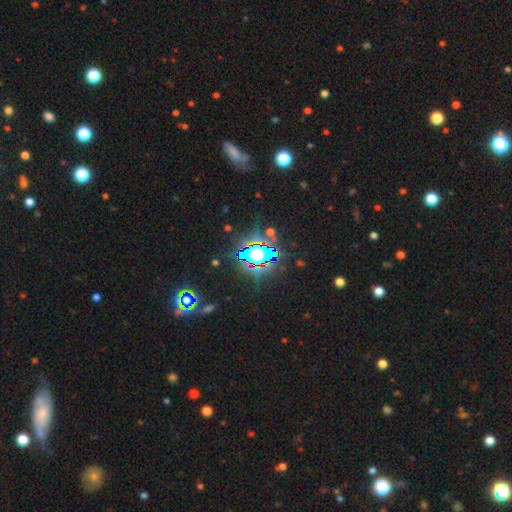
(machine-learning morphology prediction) star or artifact 72%, smooth 16%, featured or disk 12%.